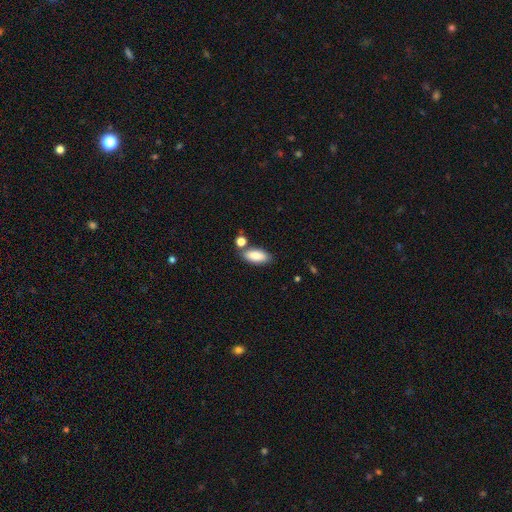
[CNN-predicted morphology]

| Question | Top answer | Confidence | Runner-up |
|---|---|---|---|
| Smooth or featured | smooth | 86% | featured or disk (7%) |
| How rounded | in between | 87% | cigar-shaped (10%) |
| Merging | none | 70% | merger (14%) |